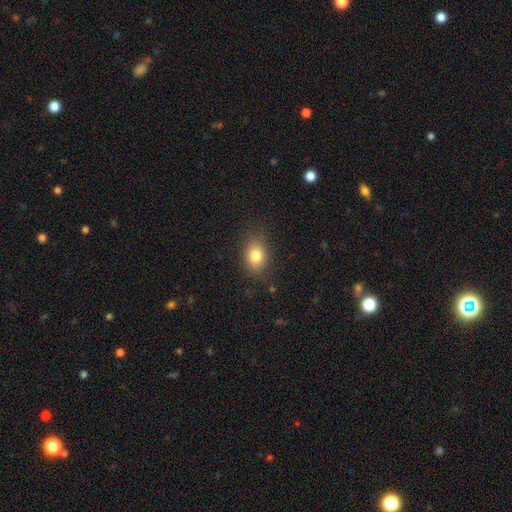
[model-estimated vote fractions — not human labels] smooth 81%, star or artifact 10%, featured or disk 9%. Down the decision tree: how rounded — in between (68%); merging — none (81%).